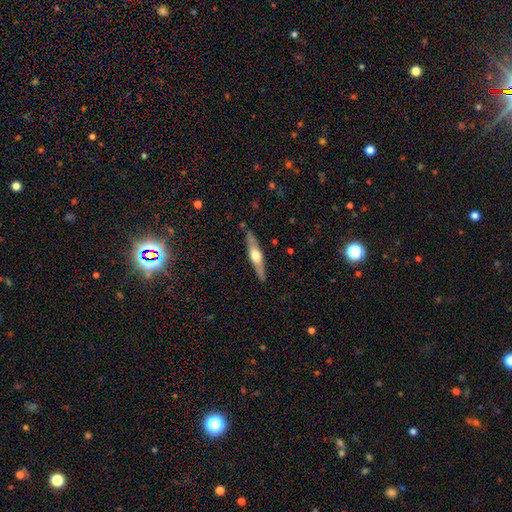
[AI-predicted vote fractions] Smooth or featured?
  - featured or disk: 59% *
  - smooth: 35%
  - star or artifact: 5%
Edge-on disk?
  - yes: 93% *
  - no: 7%
Edge-on bulge?
  - rounded: 92% *
  - boxy: 4%
  - none: 4%
Merging?
  - none: 87% *
  - minor disturbance: 9%
  - major disturbance: 2%
  - merger: 2%